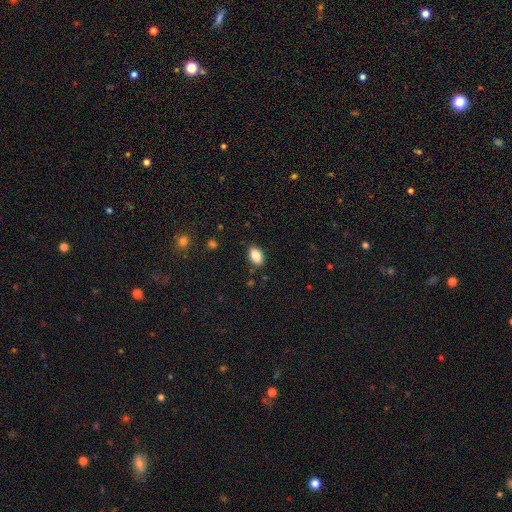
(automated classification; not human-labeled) Smooth or featured: smooth — 87% (star or artifact — 8%)
How rounded: in between — 92% (round — 6%)
Merging: none — 87% (minor disturbance — 10%)